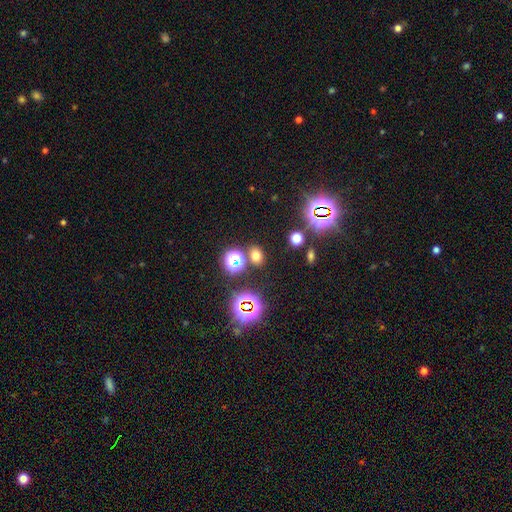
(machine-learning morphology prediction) Smooth or featured? Predicted: smooth (p=0.61). How rounded? Predicted: round (p=0.50). Merging? Predicted: none (p=0.80).